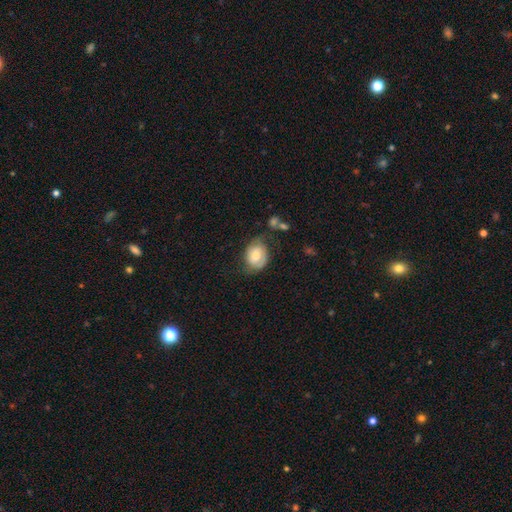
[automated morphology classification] Smooth or featured? Predicted: smooth (p=0.56). How rounded? Predicted: in between (p=0.63). Merging? Predicted: none (p=0.51).